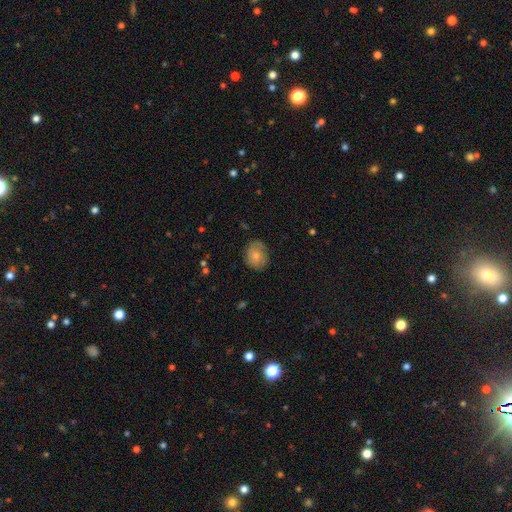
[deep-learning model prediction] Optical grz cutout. It shows a smooth galaxy with no disk features (70%) that is round (59%). Merging: none (77%).